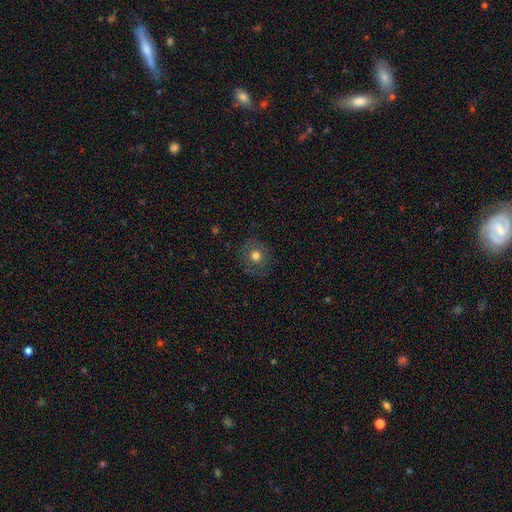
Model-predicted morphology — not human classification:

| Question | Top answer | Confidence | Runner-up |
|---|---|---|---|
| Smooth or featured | smooth | 71% | featured or disk (16%) |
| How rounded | round | 88% | in between (11%) |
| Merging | none | 84% | minor disturbance (11%) |